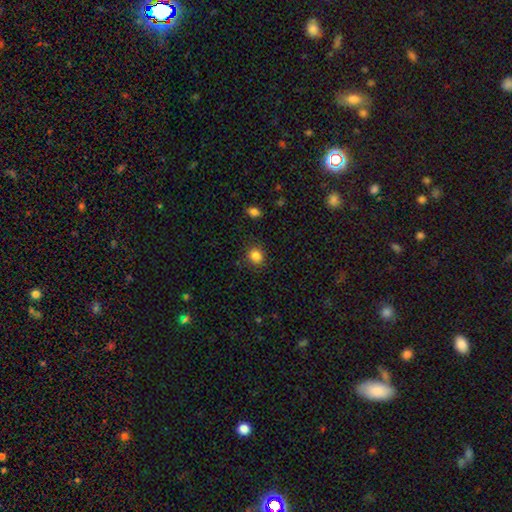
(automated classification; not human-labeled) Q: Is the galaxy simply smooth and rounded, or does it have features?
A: smooth — 85%.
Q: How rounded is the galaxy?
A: round — 78%.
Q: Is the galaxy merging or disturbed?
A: none — 87%.